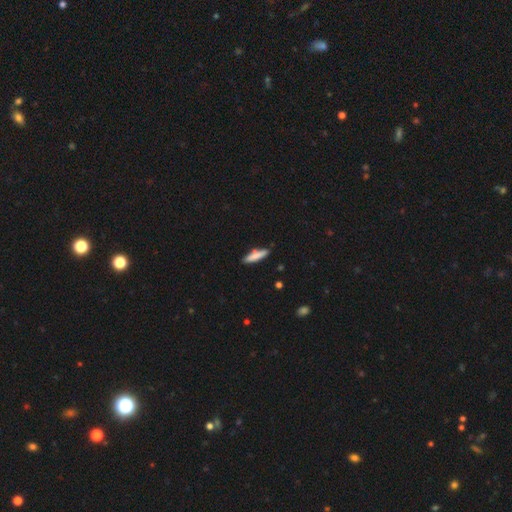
Morphology: type=smooth (85%); roundness=cigar-shaped (79%); merging=none (95%).